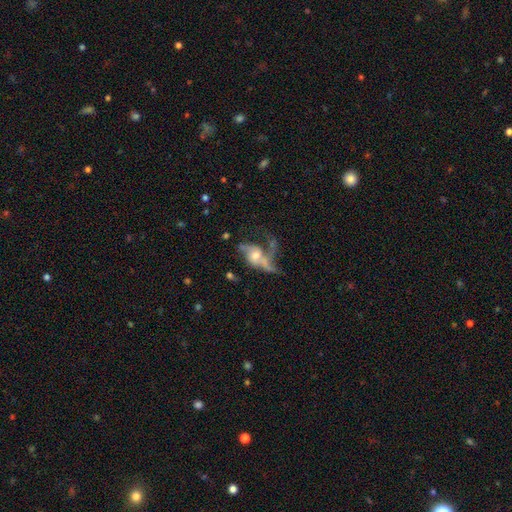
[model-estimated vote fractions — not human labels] This is likely a featured or disk galaxy (67%). It is clearly not viewed edge-on (93%). Bar: likely no (73%). Spiral arm pattern: likely yes (69%). Central bulge: possibly moderate (55%). Merging: possibly major disturbance (46%).